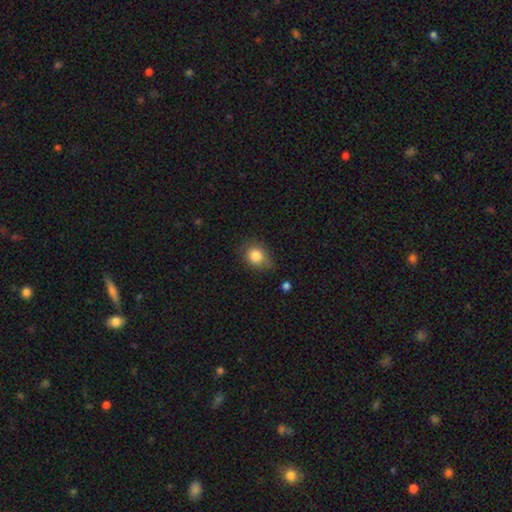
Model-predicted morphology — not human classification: Overall: smooth (83%). How rounded: round (61%; in between 38%). Merging: none (68%).